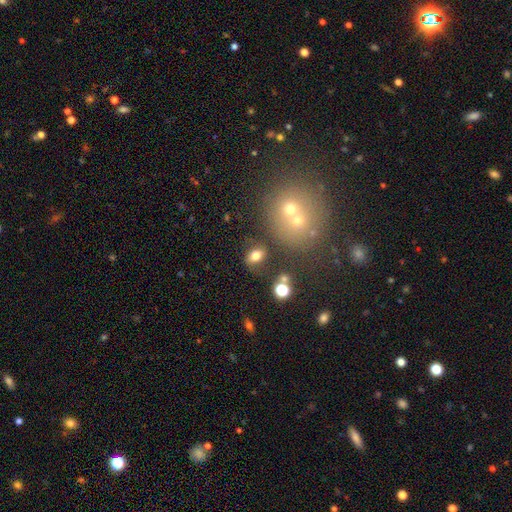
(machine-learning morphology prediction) Overall: smooth (70%). How rounded: in between (76%). Merging: none (71%).